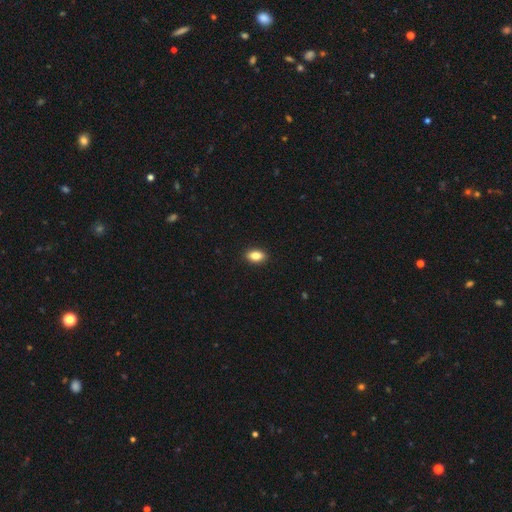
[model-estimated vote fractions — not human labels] Morphology: type=smooth (84%); roundness=in between (86%); merging=none (90%).